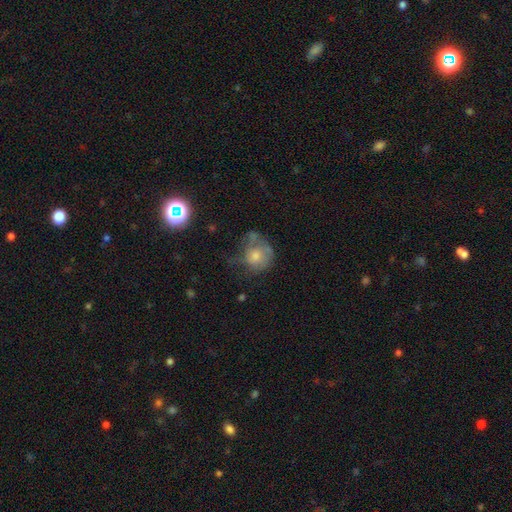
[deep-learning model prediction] Smooth or featured? smooth (49%)
Merging? none (40%)